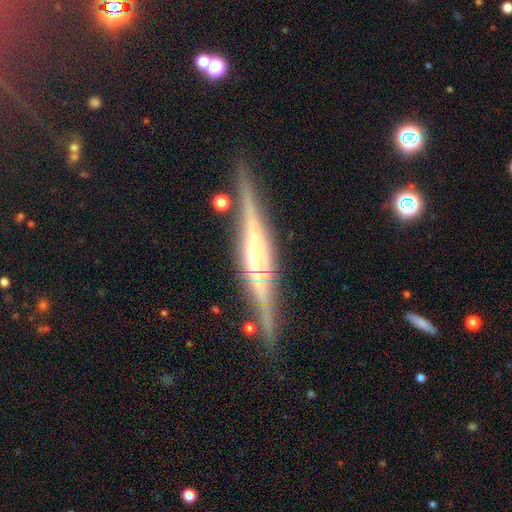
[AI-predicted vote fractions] Smooth or featured? Predicted: featured or disk (p=0.84). Edge-on disk? Predicted: yes (p=0.97). Edge-on bulge? Predicted: rounded (p=0.52). Merging? Predicted: none (p=0.85).